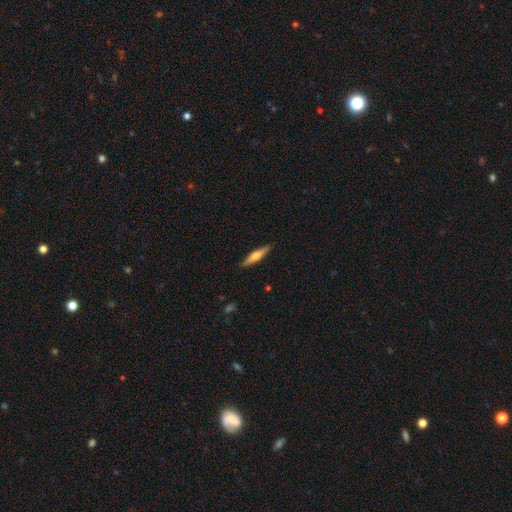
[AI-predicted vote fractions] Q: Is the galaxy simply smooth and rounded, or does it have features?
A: smooth — 47%, tied with featured or disk.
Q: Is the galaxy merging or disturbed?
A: none — 89%.